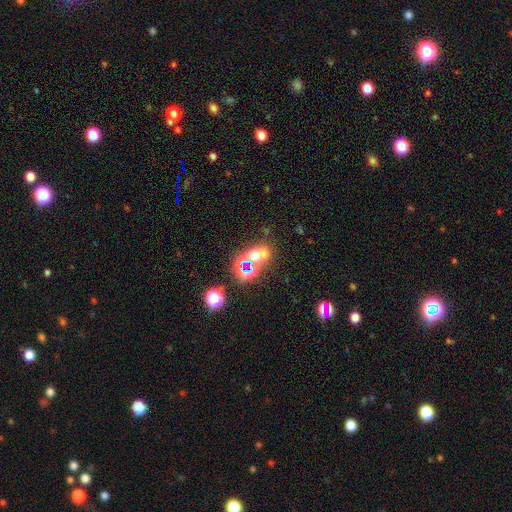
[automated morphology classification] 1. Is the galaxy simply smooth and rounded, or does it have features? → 41% star or artifact, 39% smooth, 21% featured or disk.